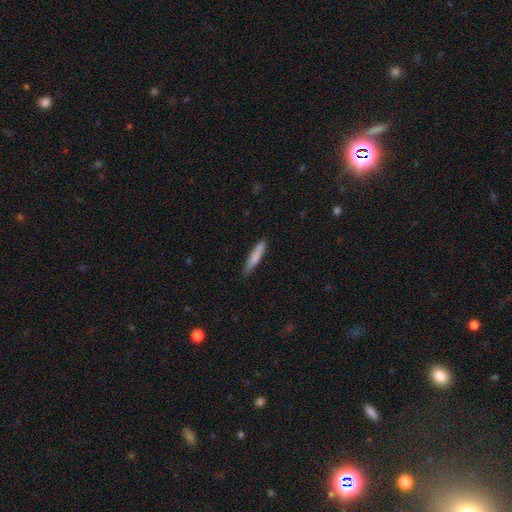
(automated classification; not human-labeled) The model was most divided on "merging": none: 79%, minor disturbance: 17%, major disturbance: 2%, merger: 1%. More confident: how rounded — cigar-shaped (86%); smooth or featured — smooth (83%).